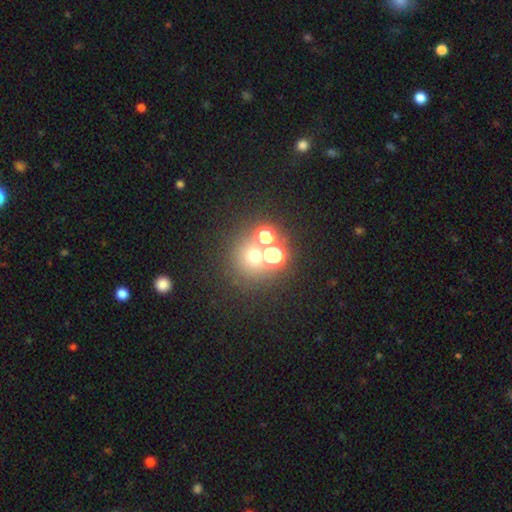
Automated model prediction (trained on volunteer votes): Morphology: type=smooth (54%); roundness=round (90%); merging=none (61%).